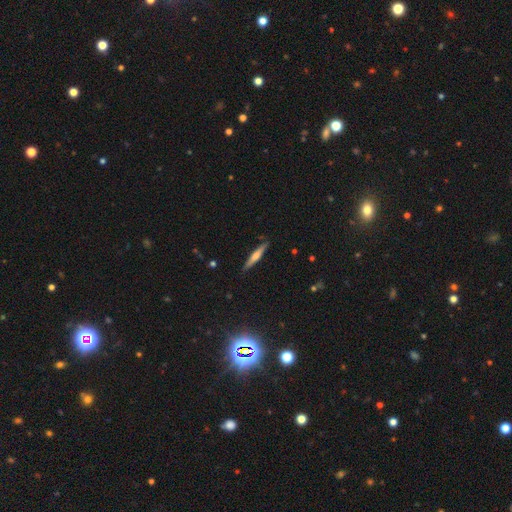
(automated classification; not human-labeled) smooth-or-featured: featured or disk: 50% | smooth: 44% | star or artifact: 7%
  merging: none: 89% | minor disturbance: 8% | major disturbance: 2% | merger: 1%